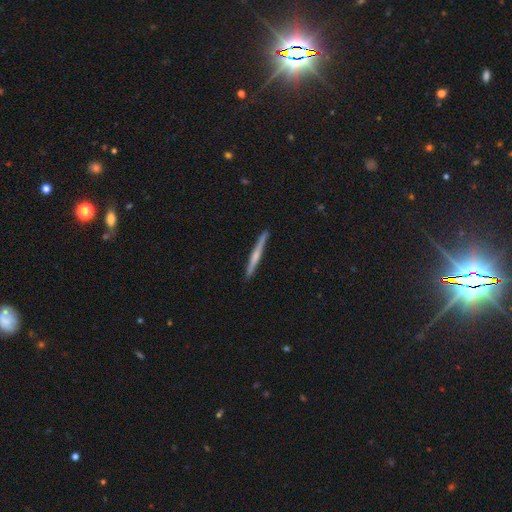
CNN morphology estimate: The model was most divided on "edge-on bulge": rounded: 50%, none: 40%, boxy: 10%. More confident: edge-on disk — yes (98%); merging — none (91%); smooth or featured — featured or disk (58%).